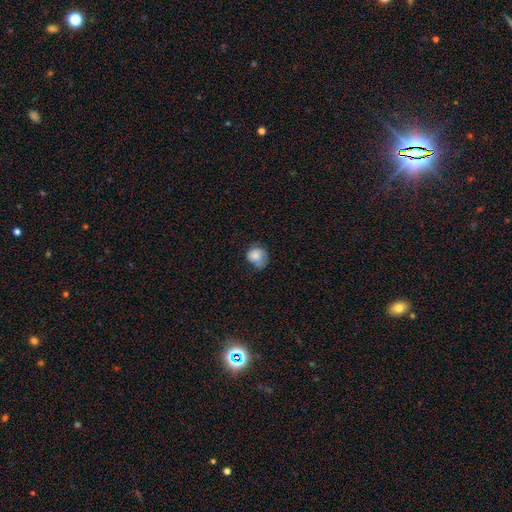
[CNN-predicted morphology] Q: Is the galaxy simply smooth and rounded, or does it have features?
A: smooth — 78%.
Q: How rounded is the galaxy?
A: round — 75%.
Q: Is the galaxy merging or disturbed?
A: none — 45%.